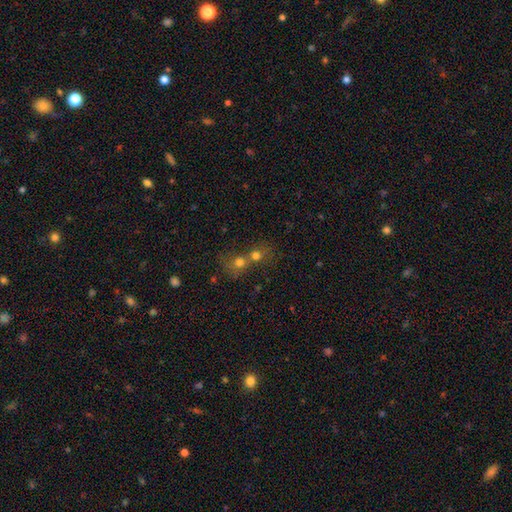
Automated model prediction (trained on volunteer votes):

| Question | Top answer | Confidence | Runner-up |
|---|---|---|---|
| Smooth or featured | smooth | 67% | star or artifact (17%) |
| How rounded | round | 76% | in between (22%) |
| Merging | merger | 69% | none (23%) |